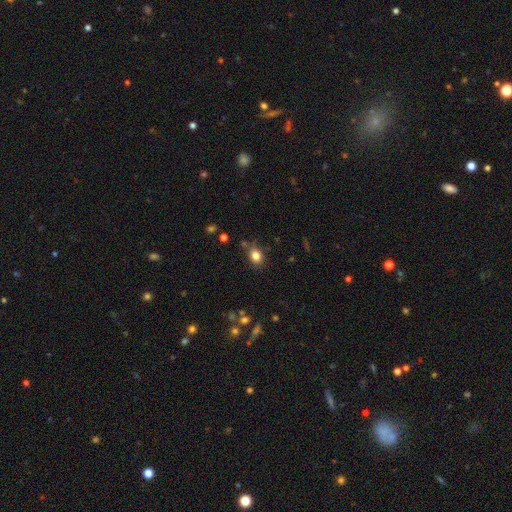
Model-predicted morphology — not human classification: smooth 82%, star or artifact 11%, featured or disk 7%. Down the decision tree: how rounded — in between (49%, tied with round); merging — none (75%).